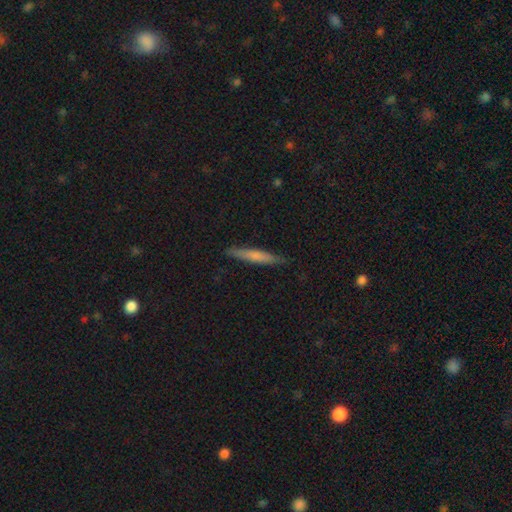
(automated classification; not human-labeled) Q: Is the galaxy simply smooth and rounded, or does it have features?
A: smooth — 65%.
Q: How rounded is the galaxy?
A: cigar-shaped — 94%.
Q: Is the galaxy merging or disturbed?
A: none — 86%.